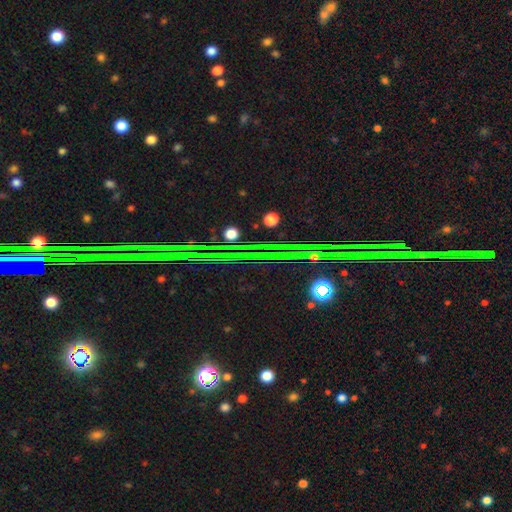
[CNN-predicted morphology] Smooth or featured?
  - star or artifact: 83% *
  - featured or disk: 10%
  - smooth: 8%